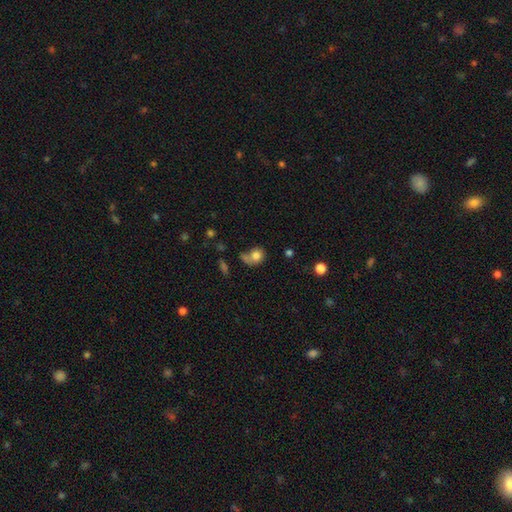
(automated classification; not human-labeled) Smooth or featured? smooth (77%)
How rounded? round (61%)
Merging? none (35%)